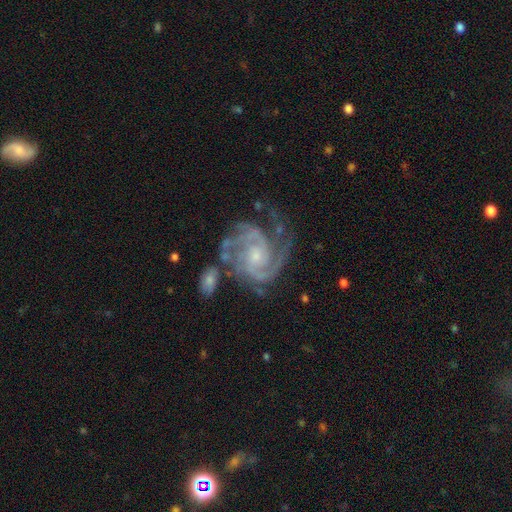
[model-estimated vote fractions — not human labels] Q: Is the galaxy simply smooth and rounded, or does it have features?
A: featured or disk — 93%.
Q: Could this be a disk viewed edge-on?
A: no — 98%.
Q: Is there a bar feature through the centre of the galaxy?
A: no — 65%.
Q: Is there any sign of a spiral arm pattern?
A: yes — 98%.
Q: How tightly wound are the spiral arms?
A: tight — 55%.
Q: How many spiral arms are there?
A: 2 — 48%.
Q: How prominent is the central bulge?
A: small — 65%.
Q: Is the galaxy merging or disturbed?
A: none — 58%.